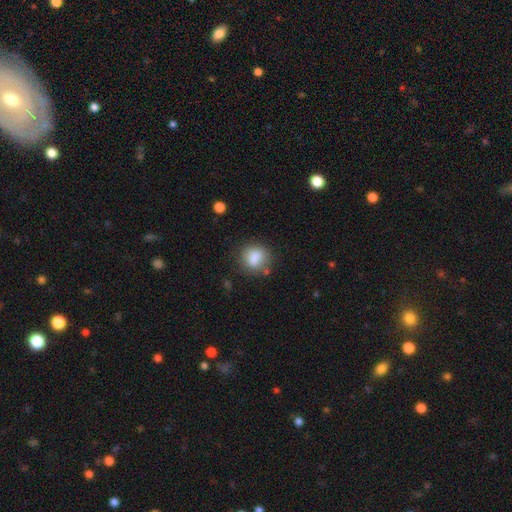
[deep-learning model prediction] Smooth or featured? smooth (83%)
How rounded? round (69%)
Merging? none (73%)